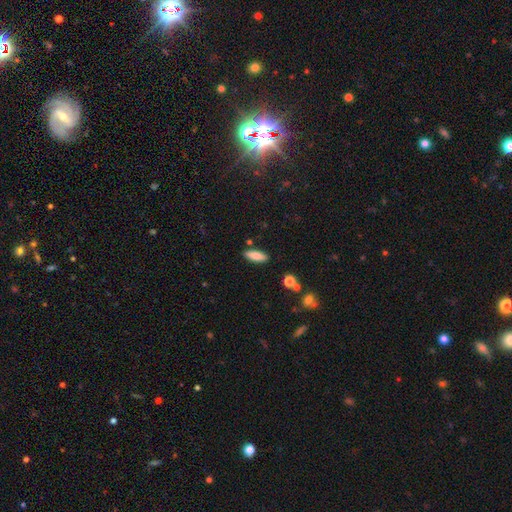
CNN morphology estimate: A smooth galaxy with no disk features (81%) that is in between round and cigar-shaped (61%). Merging: none (86%).